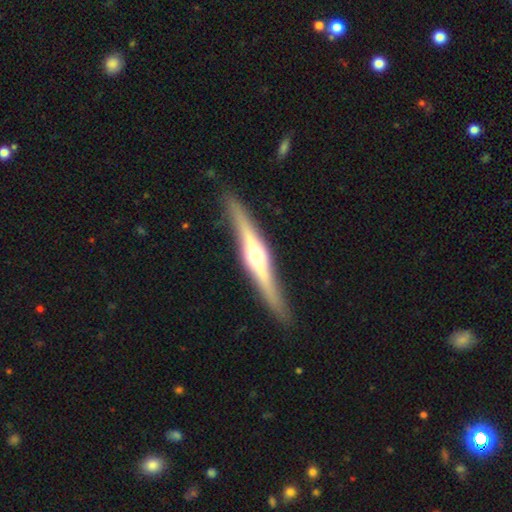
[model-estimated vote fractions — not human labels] A featured or disk galaxy (78%) viewed edge-on (97%) with a rounded central bulge (89%).

Vote fractions:
- Smooth or featured? featured or disk: 78% / smooth: 17% / star or artifact: 5%
- Edge-on disk? yes: 97% / no: 3%
- Edge-on bulge? rounded: 89% / boxy: 6% / none: 4%
- Merging? none: 89% / minor disturbance: 8% / major disturbance: 2% / merger: 1%